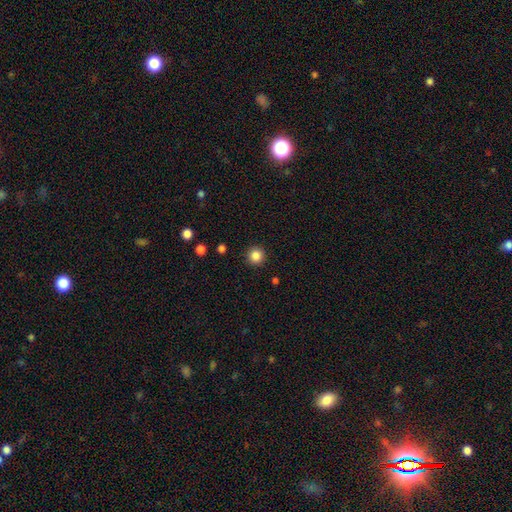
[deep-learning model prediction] Smooth or featured? smooth (85%)
How rounded? round (95%)
Merging? none (92%)